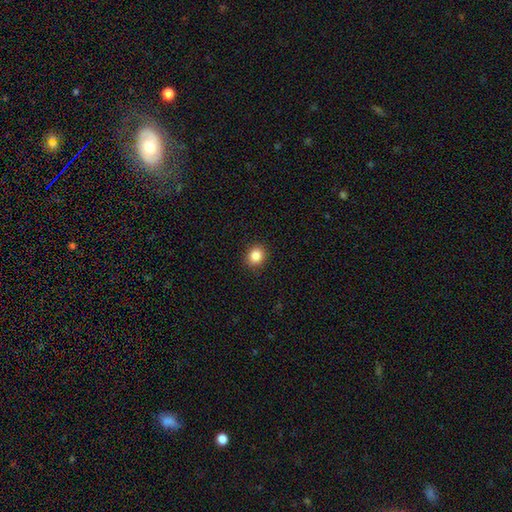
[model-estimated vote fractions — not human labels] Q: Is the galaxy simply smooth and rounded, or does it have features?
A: smooth — 86%.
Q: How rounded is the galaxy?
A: round — 72%.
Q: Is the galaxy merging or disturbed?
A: none — 90%.